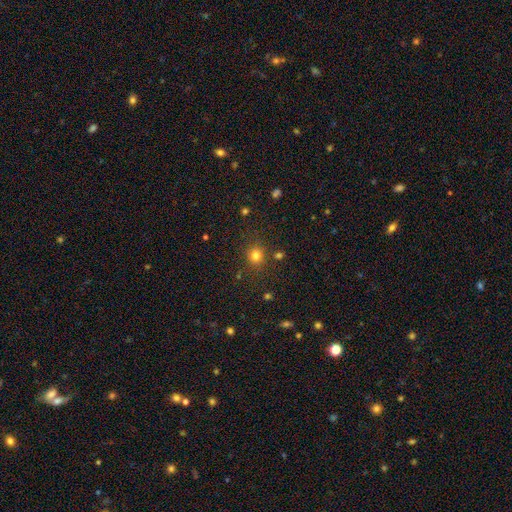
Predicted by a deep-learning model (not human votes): Overall: smooth (79%). How rounded: round (83%). Merging: none (84%).